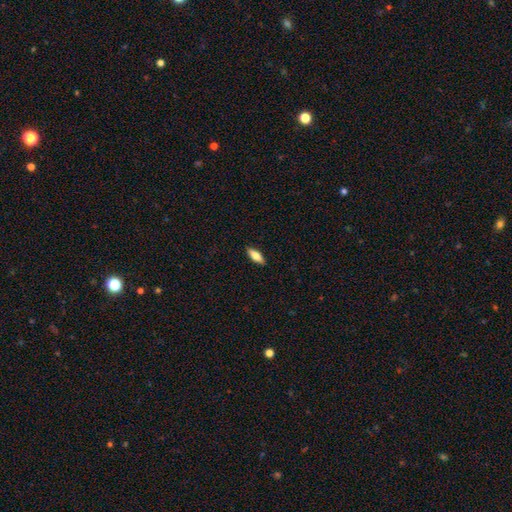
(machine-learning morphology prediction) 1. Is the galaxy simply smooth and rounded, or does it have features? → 70% smooth, 24% featured or disk, 6% star or artifact.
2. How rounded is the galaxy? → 61% in between, 36% cigar-shaped, 2% round.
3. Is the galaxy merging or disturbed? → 90% none, 8% minor disturbance, 2% major disturbance, 1% merger.